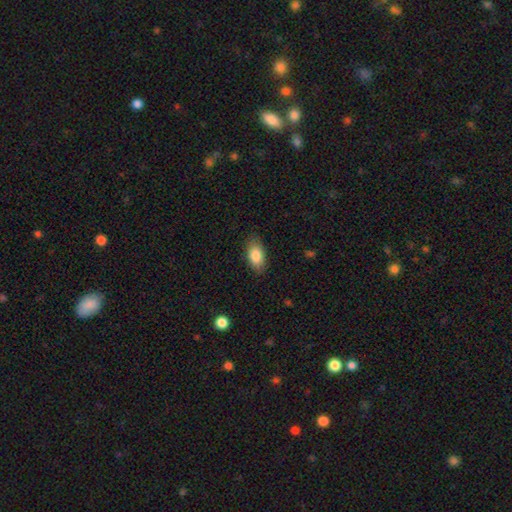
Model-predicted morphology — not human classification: Smooth or featured? Predicted: smooth (p=0.85). How rounded? Predicted: in between (p=0.91). Merging? Predicted: none (p=0.83).